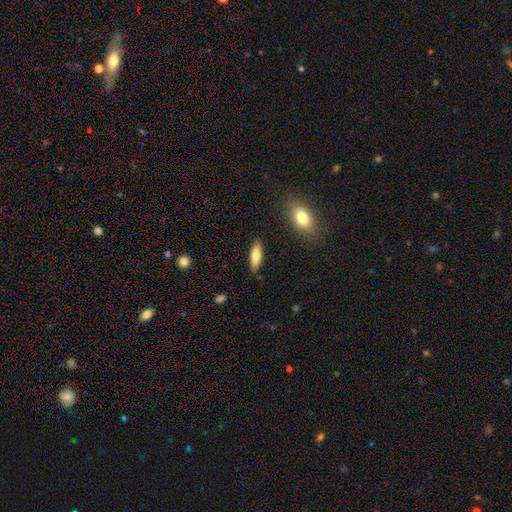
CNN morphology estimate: Smooth or featured? Predicted: smooth (p=0.70). How rounded? Predicted: cigar-shaped (p=0.52). Merging? Predicted: none (p=0.87).